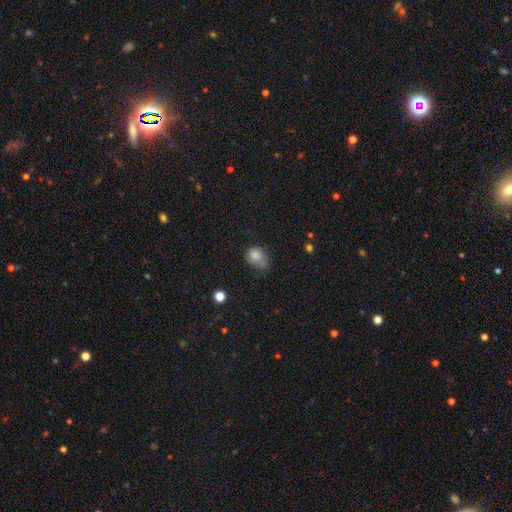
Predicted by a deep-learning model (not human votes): Overall: smooth (81%). How rounded: round (70%). Merging: none (43%; minor disturbance 32%).